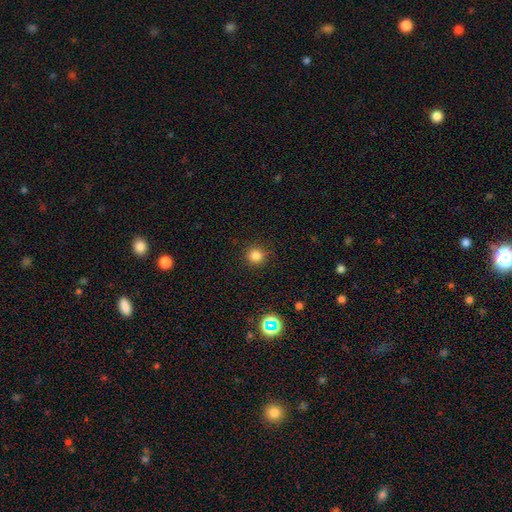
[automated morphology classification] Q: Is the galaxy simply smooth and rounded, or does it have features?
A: smooth — 81%.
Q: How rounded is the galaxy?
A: round — 94%.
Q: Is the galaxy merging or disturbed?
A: none — 89%.